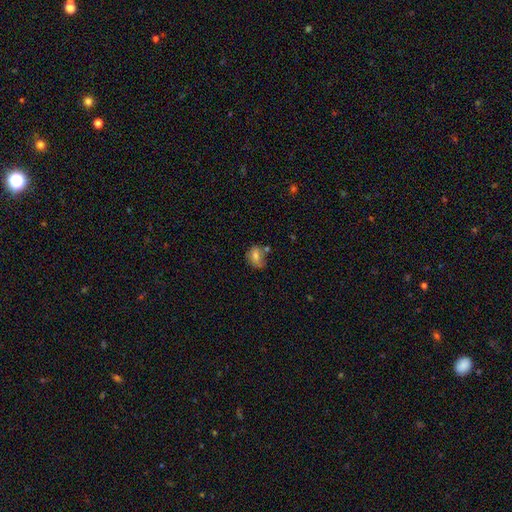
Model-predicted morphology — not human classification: A smooth galaxy with no disk features (70%) that is in between round and cigar-shaped (66%).

Vote fractions:
- Smooth or featured? smooth: 70% / featured or disk: 19% / star or artifact: 11%
- How rounded? in between: 66% / round: 32% / cigar-shaped: 2%
- Merging? none: 53% / minor disturbance: 25% / merger: 14% / major disturbance: 8%